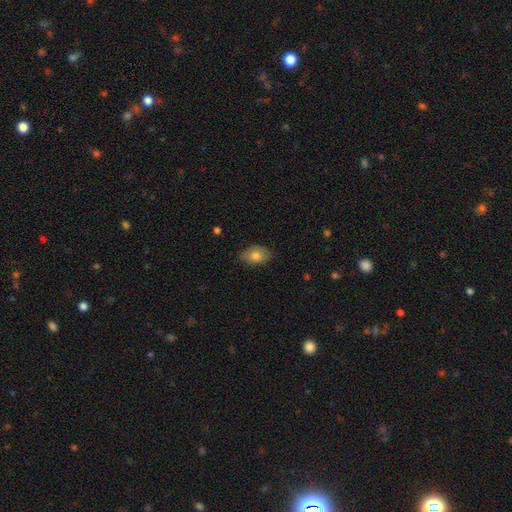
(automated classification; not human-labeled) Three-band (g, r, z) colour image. It shows a smooth galaxy with no disk features (79%) that is in between round and cigar-shaped (86%). Merging: none (79%).